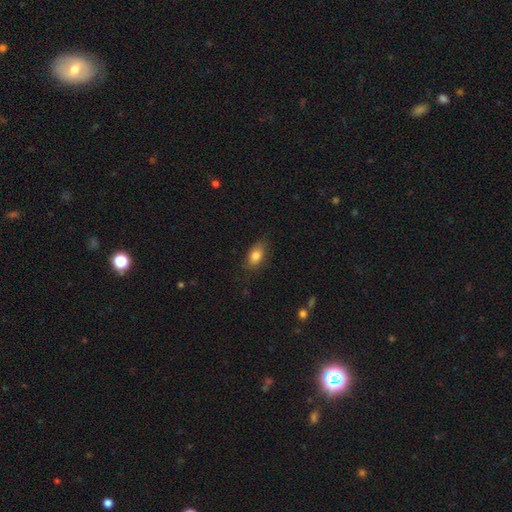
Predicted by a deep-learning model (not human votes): Smooth or featured? smooth (82%)
How rounded? in between (88%)
Merging? none (79%)